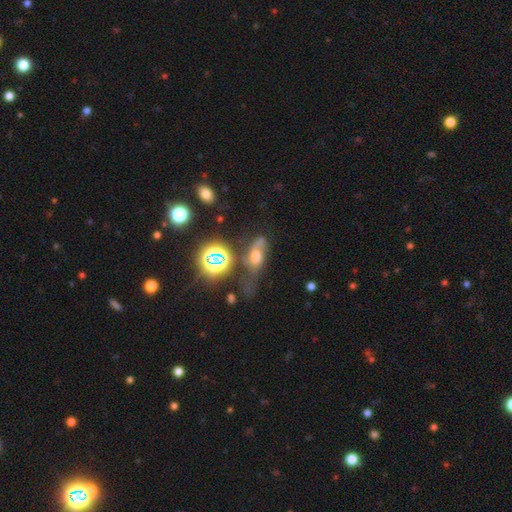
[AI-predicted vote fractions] Overall: smooth (40%; featured or disk 31%). Merging: none (35%; major disturbance 28%).